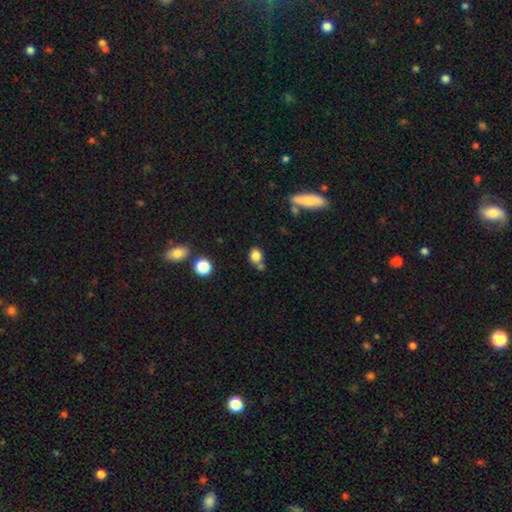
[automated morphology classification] This is clearly a smooth galaxy (81%). How rounded: likely round (63%). Merging: possibly none (57%).